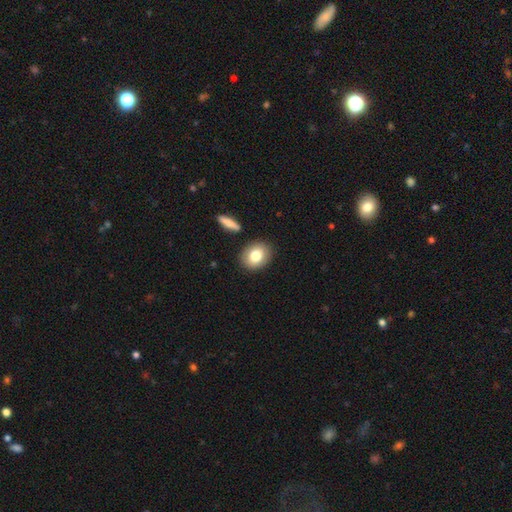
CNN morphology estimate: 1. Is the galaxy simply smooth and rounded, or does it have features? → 78% smooth, 14% featured or disk, 8% star or artifact.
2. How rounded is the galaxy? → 57% in between, 42% round, 1% cigar-shaped.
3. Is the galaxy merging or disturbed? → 86% none, 8% minor disturbance, 3% merger, 2% major disturbance.